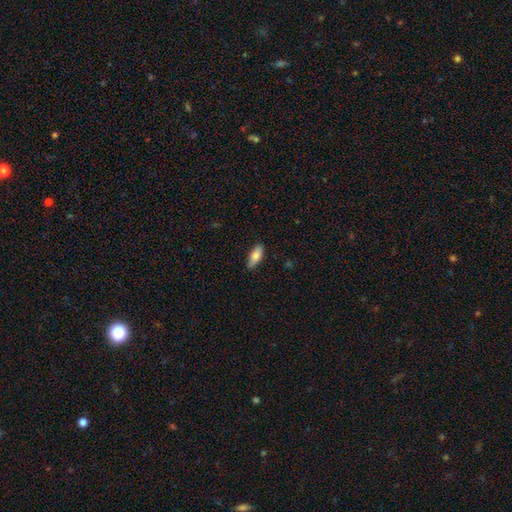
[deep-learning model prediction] A smooth galaxy with no disk features (80%) that is in between round and cigar-shaped (79%).

Vote fractions:
- Smooth or featured? smooth: 80% / featured or disk: 14% / star or artifact: 6%
- How rounded? in between: 79% / cigar-shaped: 19% / round: 2%
- Merging? none: 83% / minor disturbance: 14% / major disturbance: 2% / merger: 1%